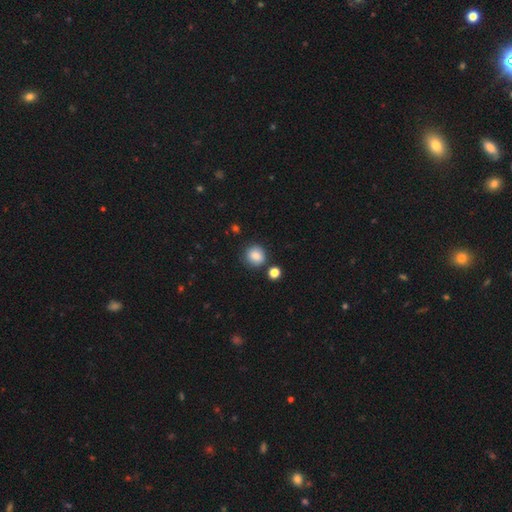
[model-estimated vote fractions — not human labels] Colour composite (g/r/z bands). It shows a smooth galaxy with no disk features (86%) that is round (84%). Merging: none (81%).